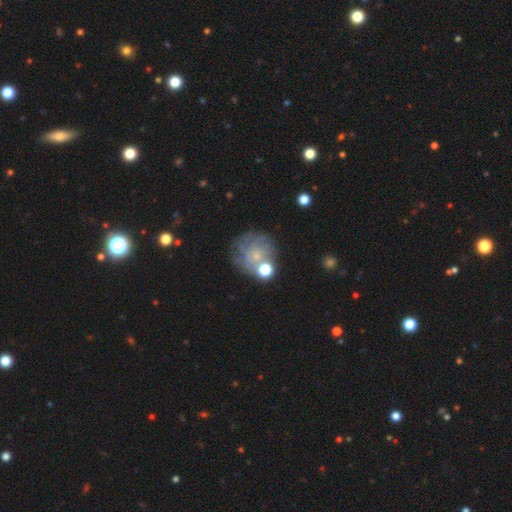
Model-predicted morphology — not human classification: Overall: featured or disk (48%; smooth 38%). Merging: none (54%; minor disturbance 20%).